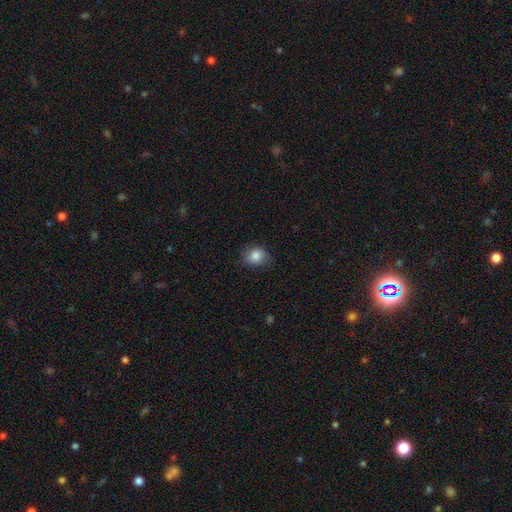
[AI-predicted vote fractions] A smooth galaxy with no disk features (84%) that is round (63%).

Vote fractions:
- Smooth or featured? smooth: 84% / star or artifact: 9% / featured or disk: 7%
- How rounded? round: 63% / in between: 36% / cigar-shaped: 1%
- Merging? none: 75% / minor disturbance: 20% / major disturbance: 4% / merger: 1%